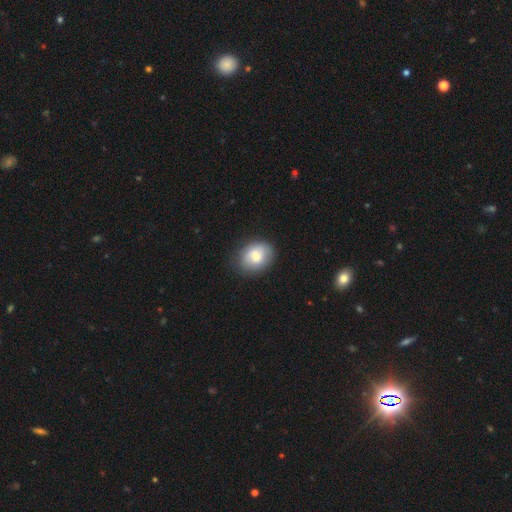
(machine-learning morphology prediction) Smooth or featured? smooth (73%)
How rounded? in between (51%)
Merging? none (80%)